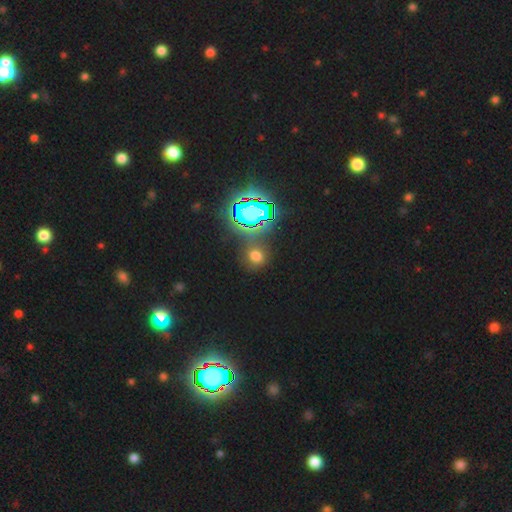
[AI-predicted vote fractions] Smooth or featured? smooth (45%, tied with star or artifact)
Merging? none (78%)